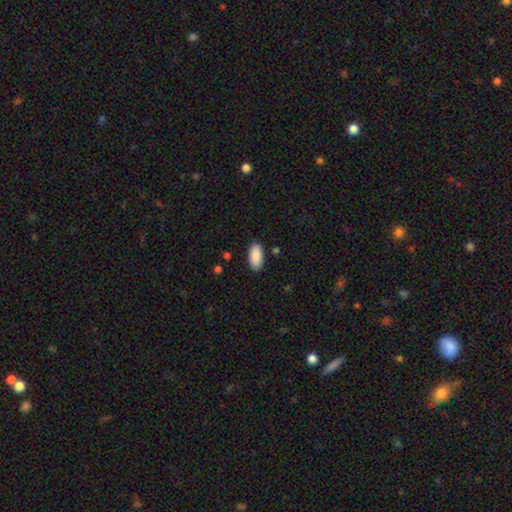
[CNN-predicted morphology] Overall: smooth (90%). How rounded: in between (94%). Merging: none (87%).